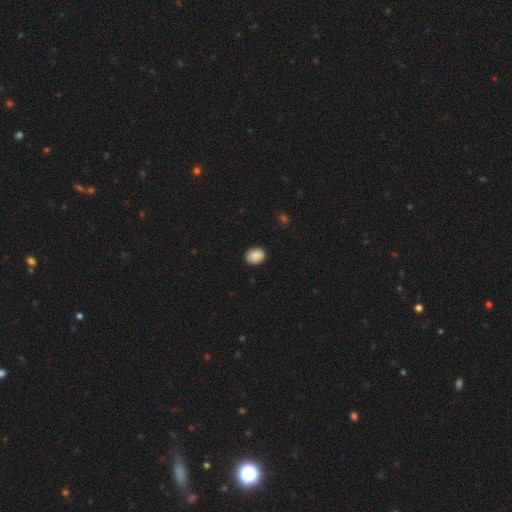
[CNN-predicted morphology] Smooth or featured?
  - smooth: 90% *
  - star or artifact: 8%
  - featured or disk: 3%
How rounded?
  - round: 52% *
  - in between: 47%
  - cigar-shaped: 1%
Merging?
  - none: 90% *
  - minor disturbance: 7%
  - major disturbance: 2%
  - merger: 1%